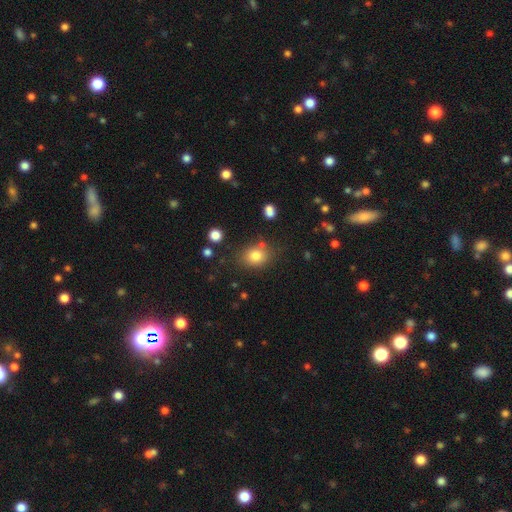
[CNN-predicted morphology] A smooth galaxy with no disk features (80%) that is round (51%). Merging: none (74%).